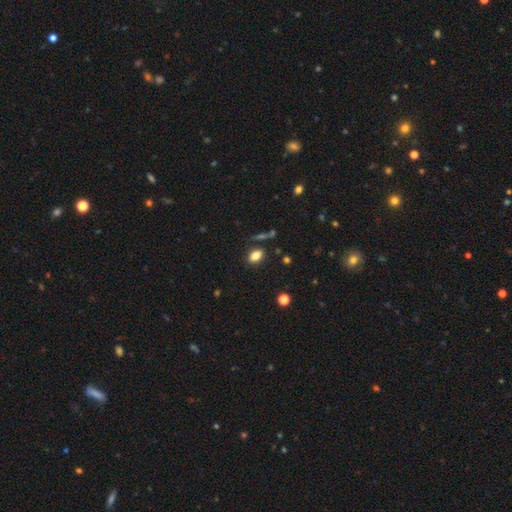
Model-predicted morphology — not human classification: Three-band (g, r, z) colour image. It shows a smooth galaxy with no disk features (82%) that is in between round and cigar-shaped (84%). Merging: none (81%).